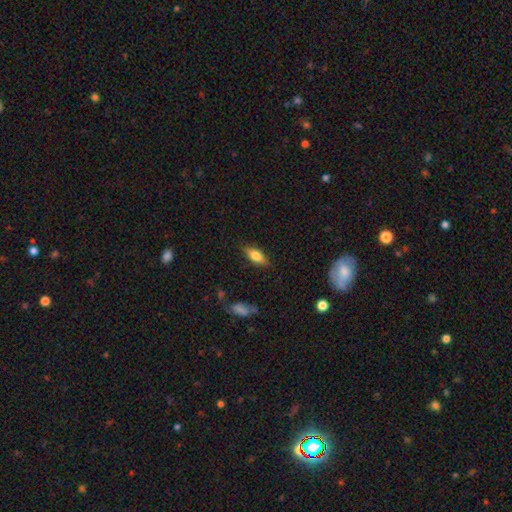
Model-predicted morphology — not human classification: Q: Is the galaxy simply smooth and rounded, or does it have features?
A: smooth — 69%.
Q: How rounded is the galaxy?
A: in between — 73%.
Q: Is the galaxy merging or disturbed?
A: none — 83%.